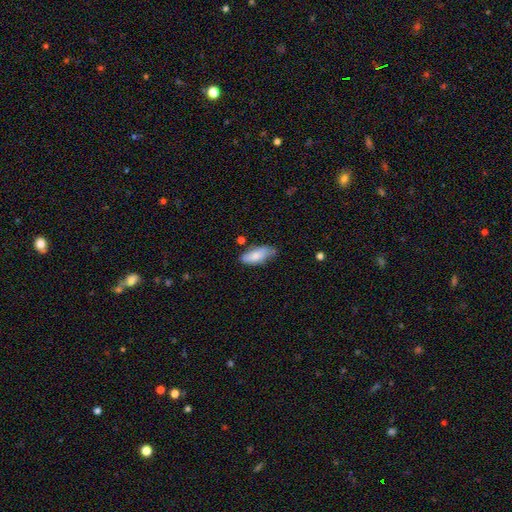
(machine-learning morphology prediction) Smooth or featured? Predicted: smooth (p=0.81). How rounded? Predicted: in between (p=0.83). Merging? Predicted: none (p=0.62).